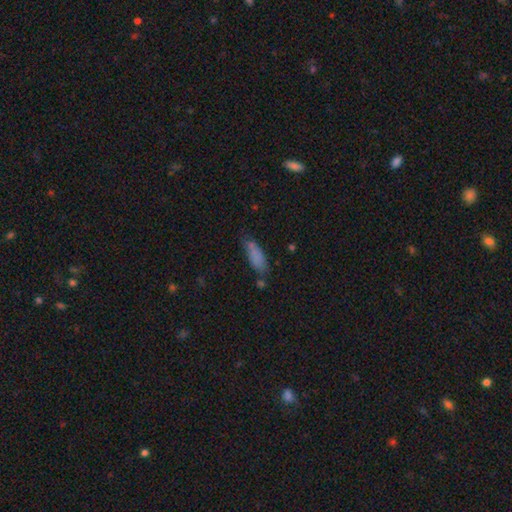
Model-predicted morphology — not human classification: The model was most divided on "how rounded": in between: 61%, cigar-shaped: 37%, round: 2%. More confident: smooth or featured — smooth (80%); merging — none (59%).